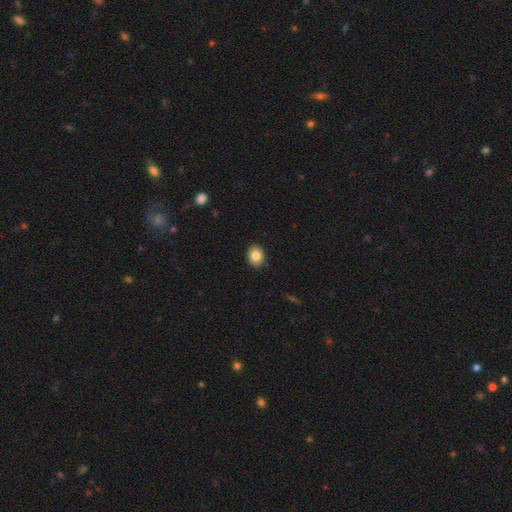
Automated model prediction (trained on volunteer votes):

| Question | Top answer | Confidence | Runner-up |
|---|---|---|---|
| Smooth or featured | smooth | 85% | star or artifact (8%) |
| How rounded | in between | 56% | round (43%) |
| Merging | none | 91% | minor disturbance (7%) |